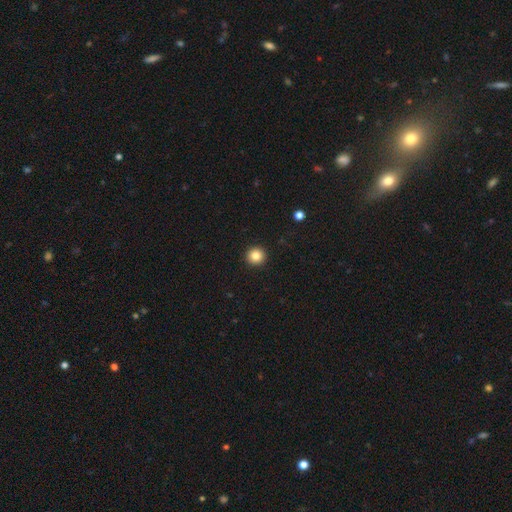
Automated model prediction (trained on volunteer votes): Smooth or featured: smooth — 84% (star or artifact — 10%)
How rounded: round — 95% (in between — 4%)
Merging: none — 94% (minor disturbance — 4%)